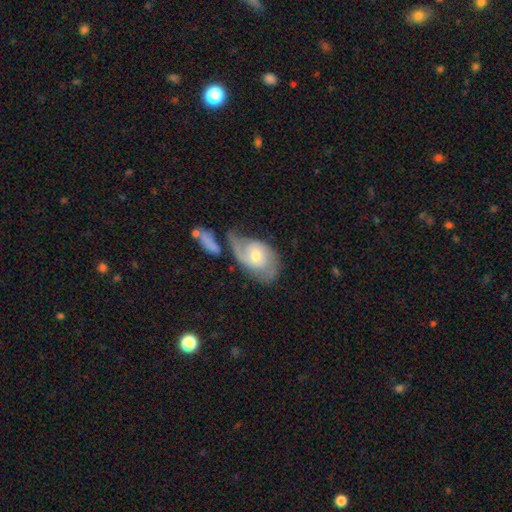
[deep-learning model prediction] Overall: featured or disk (66%; smooth 28%). Edge-on disk: no (95%). Bar: no (65%; weak 30%). Spiral arms: yes (85%). Spiral arm count: 2 (59%). Spiral winding: medium (42%; tight 29%). Bulge size: moderate (56%; small 37%). Merging: none (34%; merger 23%).